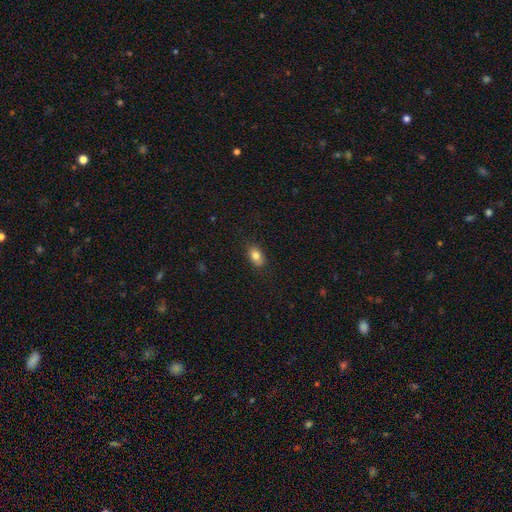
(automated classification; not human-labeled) smooth 82%, featured or disk 9%, star or artifact 9%. Down the decision tree: how rounded — in between (82%); merging — none (82%).